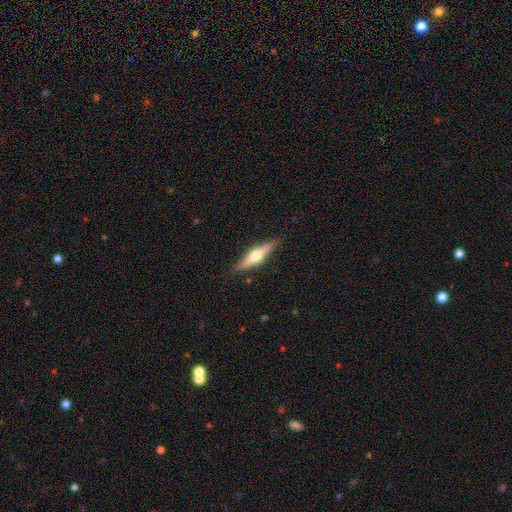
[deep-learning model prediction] Morphology: type=featured or disk (69%); edge-on=yes (97%); edge-on bulge=rounded (94%); merging=none (88%).